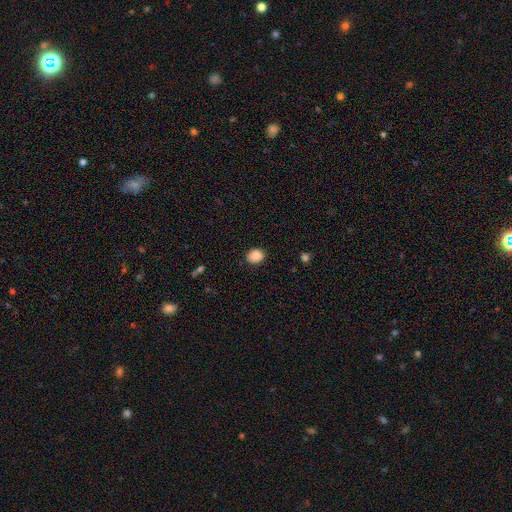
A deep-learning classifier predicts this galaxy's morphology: smooth_or_featured: smooth (p=0.88) [alt: star or artifact p=0.08]
how_rounded: round (p=0.58) [alt: in between p=0.41]
merging: none (p=0.85) [alt: minor disturbance p=0.11]